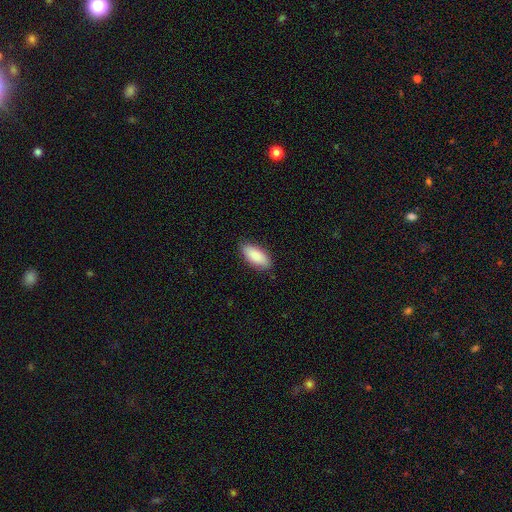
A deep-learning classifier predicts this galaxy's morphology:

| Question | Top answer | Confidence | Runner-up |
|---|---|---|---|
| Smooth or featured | smooth | 88% | featured or disk (6%) |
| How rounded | in between | 87% | cigar-shaped (11%) |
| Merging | none | 85% | minor disturbance (12%) |